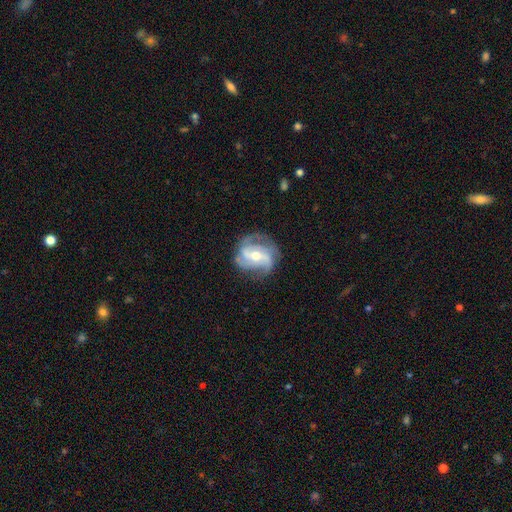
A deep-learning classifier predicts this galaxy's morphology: Q: Smooth or featured?
A: featured or disk (85%); runner-up: smooth (10%)
Q: Edge-on disk?
A: no (97%); runner-up: yes (3%)
Q: Bar?
A: weak (43%); runner-up: no (29%)
Q: Spiral arms?
A: yes (95%); runner-up: no (5%)
Q: Spiral winding?
A: medium (46%); runner-up: loose (28%)
Q: Spiral arm count?
A: 3 (37%); runner-up: 2 (34%)
Q: Bulge size?
A: moderate (62%); runner-up: small (33%)
Q: Merging?
A: none (68%); runner-up: minor disturbance (20%)